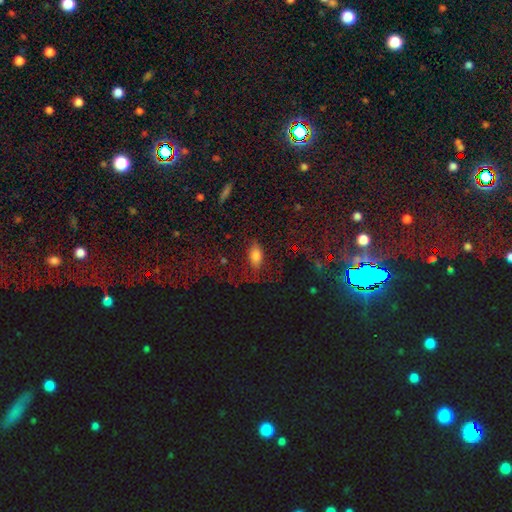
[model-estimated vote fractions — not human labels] This appears to be a smooth galaxy with no disk features (72%) that is in between round and cigar-shaped (87%). Merging: none (66%).